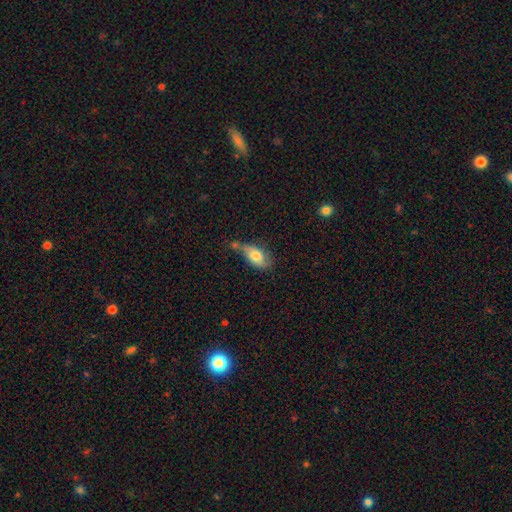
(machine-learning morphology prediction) The model was most divided on "merging": none: 38%, minor disturbance: 29%, merger: 21%, major disturbance: 13%. More confident: how rounded — in between (88%); smooth or featured — smooth (67%).